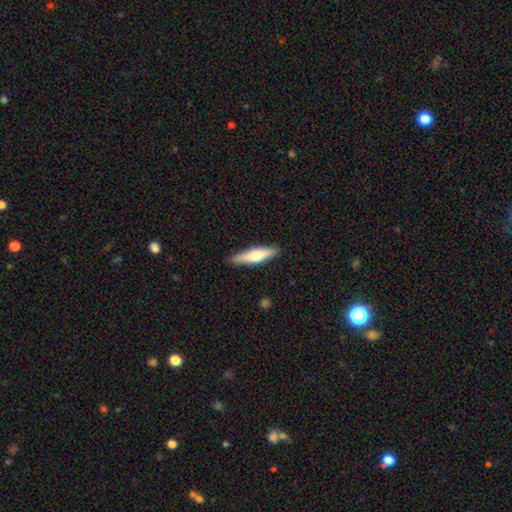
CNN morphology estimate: Smooth or featured? smooth (61%)
How rounded? cigar-shaped (73%)
Merging? none (87%)